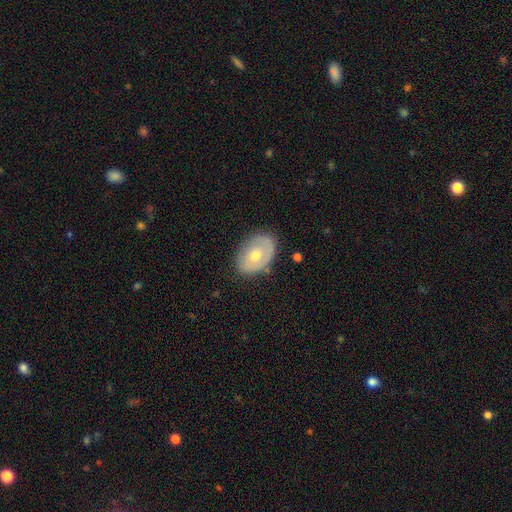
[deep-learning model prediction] Smooth or featured?
  - featured or disk: 48% *
  - smooth: 46%
  - star or artifact: 6%
Merging?
  - none: 76% *
  - minor disturbance: 18%
  - major disturbance: 5%
  - merger: 1%